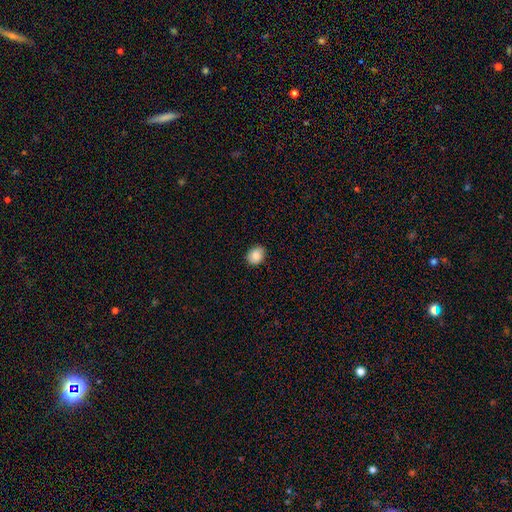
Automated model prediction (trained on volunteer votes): smooth 85%, star or artifact 8%, featured or disk 7%. Down the decision tree: how rounded — round (58%); merging — none (87%).